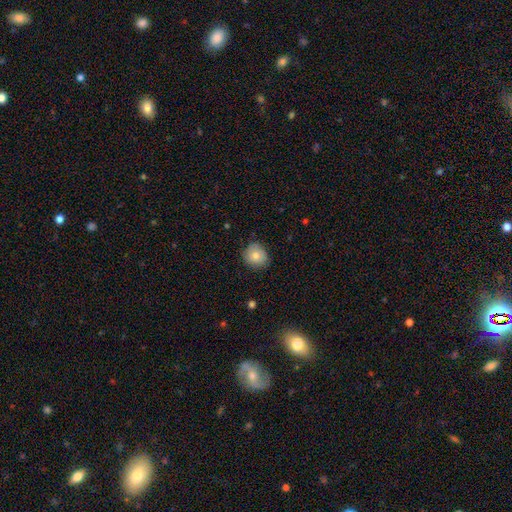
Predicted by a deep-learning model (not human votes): Overall: smooth (81%). How rounded: round (81%). Merging: none (78%).